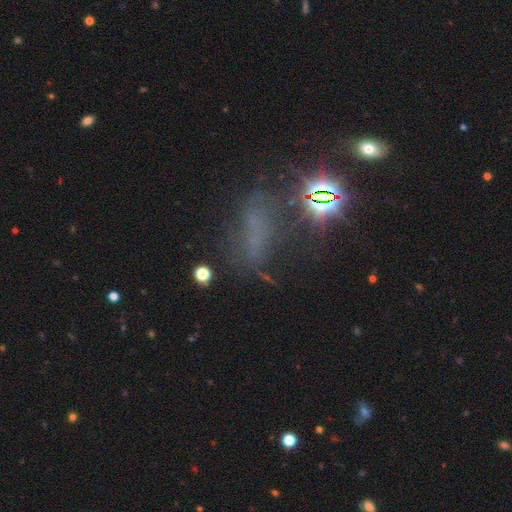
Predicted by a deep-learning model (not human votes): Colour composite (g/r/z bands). It shows a star or artifact, not a galaxy (42%).